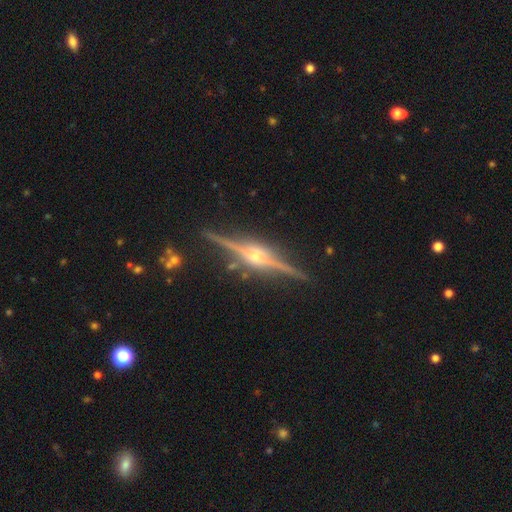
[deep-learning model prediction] This appears to be a featured or disk galaxy (89%) viewed edge-on (98%) with a rounded central bulge (91%). Merging: none (88%).